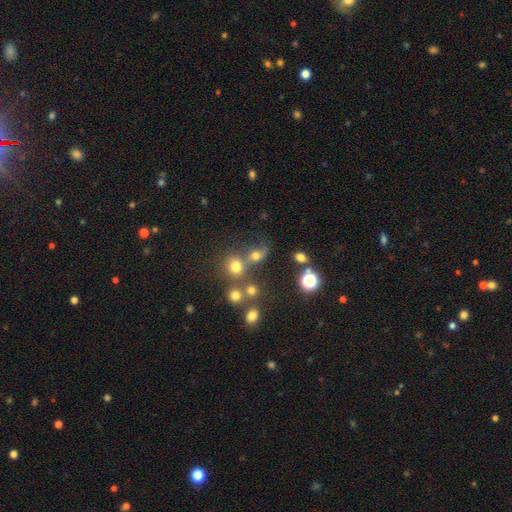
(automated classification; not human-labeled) Smooth or featured? smooth (64%)
How rounded? round (57%)
Merging? none (49%)